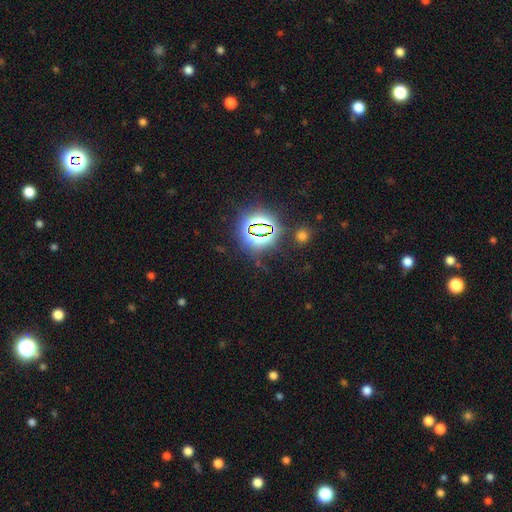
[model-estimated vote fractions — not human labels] smooth-or-featured: star or artifact: 82% | smooth: 11% | featured or disk: 7%